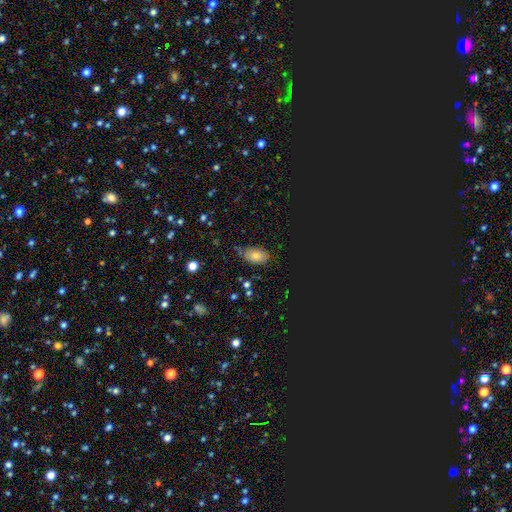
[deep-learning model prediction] Smooth or featured: smooth — 66% (star or artifact — 24%)
How rounded: in between — 86% (round — 11%)
Merging: none — 63% (minor disturbance — 28%)